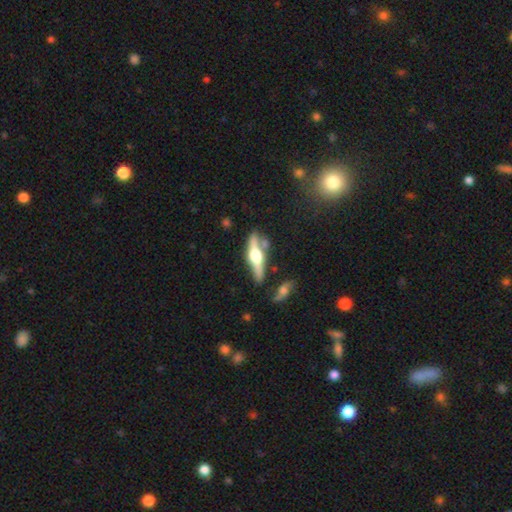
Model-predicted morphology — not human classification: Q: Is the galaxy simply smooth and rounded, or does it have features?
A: featured or disk — 73%.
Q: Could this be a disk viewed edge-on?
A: yes — 95%.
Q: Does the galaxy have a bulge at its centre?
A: rounded — 95%.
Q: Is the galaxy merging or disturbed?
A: none — 74%.